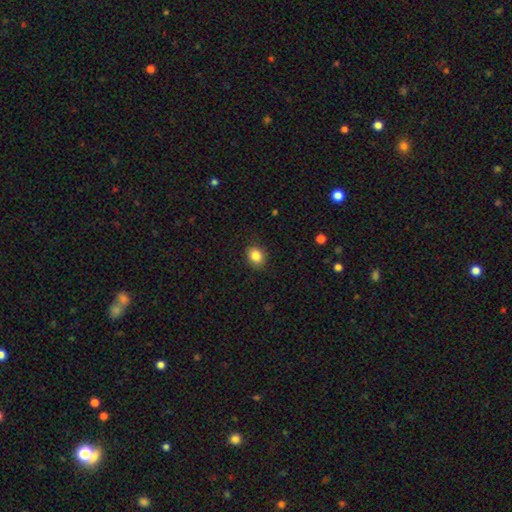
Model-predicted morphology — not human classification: A smooth galaxy with no disk features (85%) that is round (52%). Merging: none (87%).